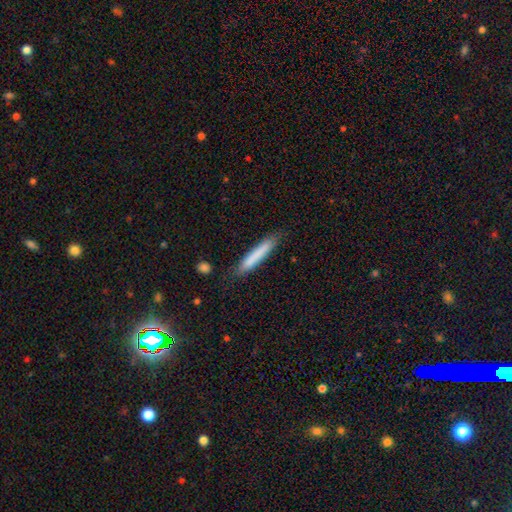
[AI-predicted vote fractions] The model was most divided on "smooth or featured": smooth: 79%, featured or disk: 15%, star or artifact: 6%. More confident: how rounded — cigar-shaped (93%); merging — none (82%).